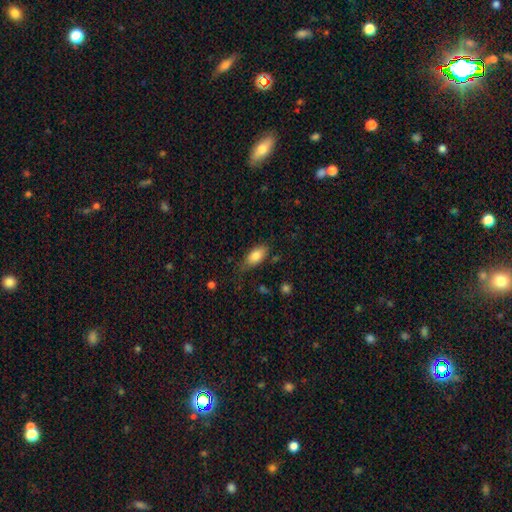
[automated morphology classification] Overall: smooth (81%). How rounded: in between (89%). Merging: none (68%).